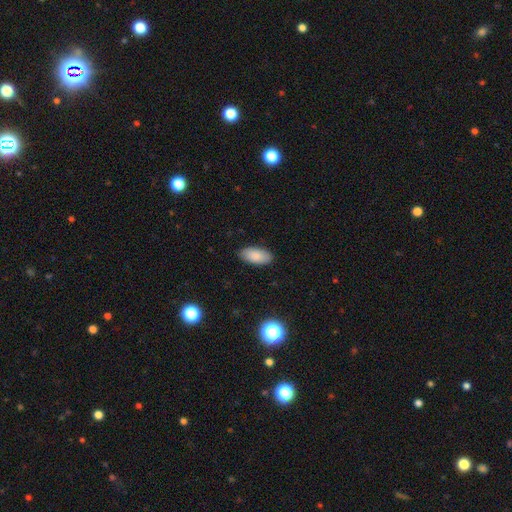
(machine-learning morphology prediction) smooth 87%, star or artifact 7%, featured or disk 6%. Down the decision tree: how rounded — in between (93%); merging — none (87%).